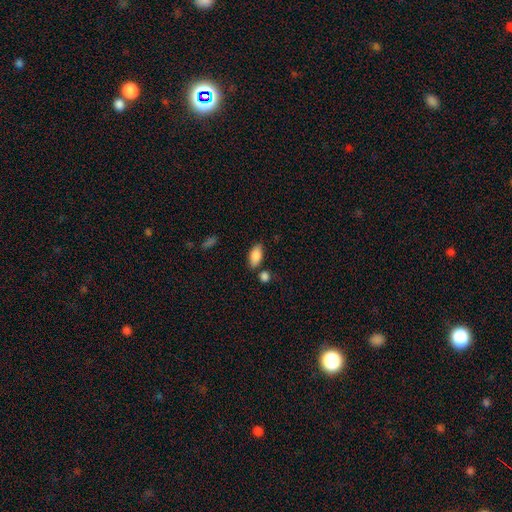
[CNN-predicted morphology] smooth_or_featured: smooth (p=0.87) [alt: star or artifact p=0.07]
how_rounded: in between (p=0.91) [alt: cigar-shaped p=0.05]
merging: none (p=0.75) [alt: minor disturbance p=0.14]